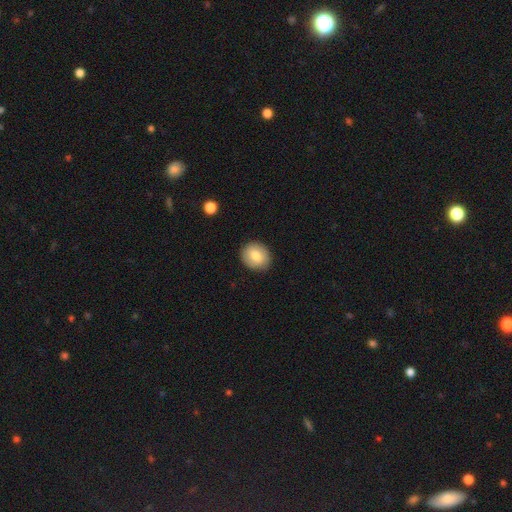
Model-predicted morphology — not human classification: A smooth galaxy with no disk features (78%) that is round (69%).

Vote fractions:
- Smooth or featured? smooth: 78% / featured or disk: 14% / star or artifact: 7%
- How rounded? round: 69% / in between: 30% / cigar-shaped: 1%
- Merging? none: 89% / minor disturbance: 8% / major disturbance: 2% / merger: 1%